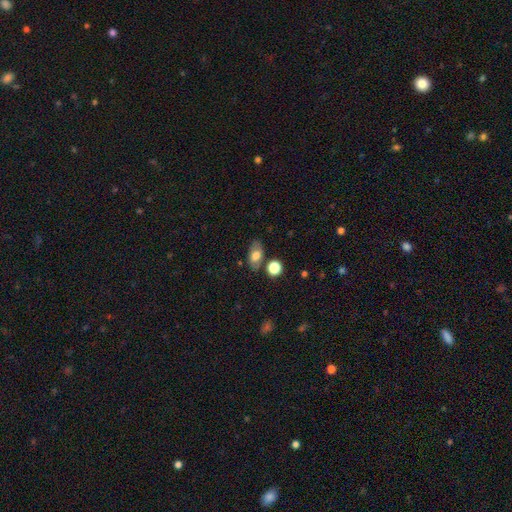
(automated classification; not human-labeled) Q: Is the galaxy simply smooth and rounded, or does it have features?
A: smooth — 69%.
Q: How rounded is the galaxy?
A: in between — 86%.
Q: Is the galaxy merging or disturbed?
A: none — 73%.